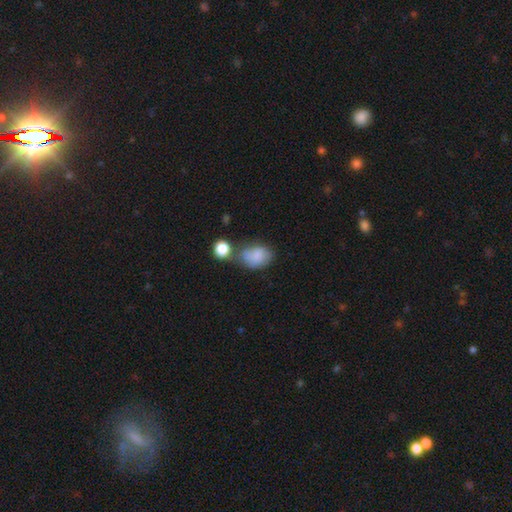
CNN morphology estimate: This is likely a smooth galaxy (79%). How rounded: likely in between (75%). Merging: marginally none (38%).